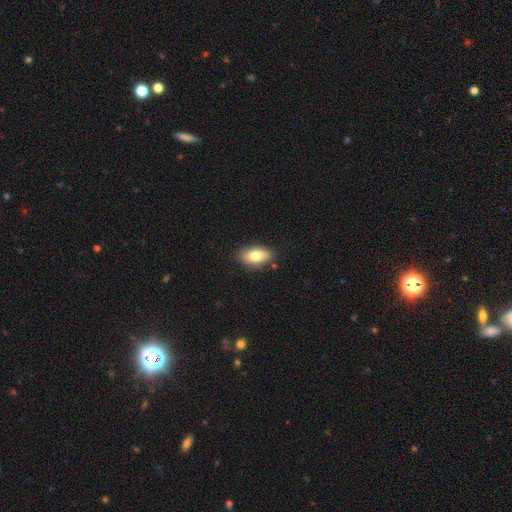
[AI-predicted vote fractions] Smooth or featured? smooth (79%)
How rounded? in between (90%)
Merging? none (84%)